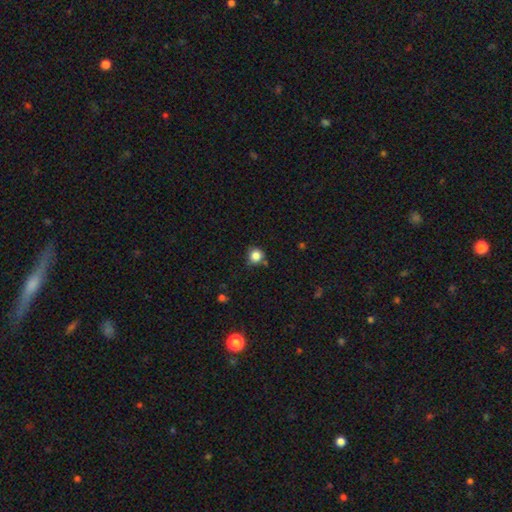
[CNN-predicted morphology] The model was most divided on "merging": none: 76%, minor disturbance: 15%, merger: 5%, major disturbance: 4%. More confident: how rounded — round (91%); smooth or featured — smooth (84%).